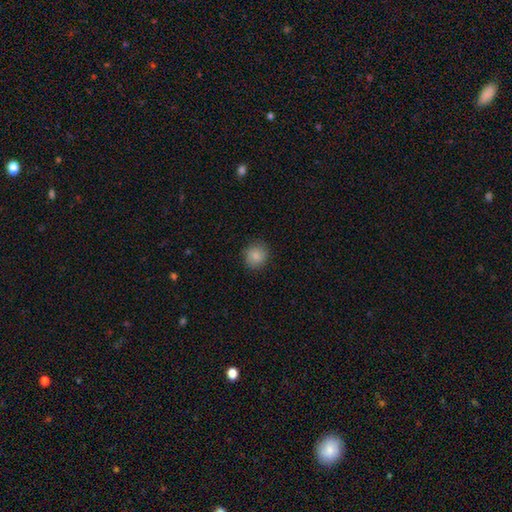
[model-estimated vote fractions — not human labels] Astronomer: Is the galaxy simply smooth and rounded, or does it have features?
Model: smooth — 85%.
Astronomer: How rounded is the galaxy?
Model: round — 86%.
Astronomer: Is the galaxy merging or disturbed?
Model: none — 86%.